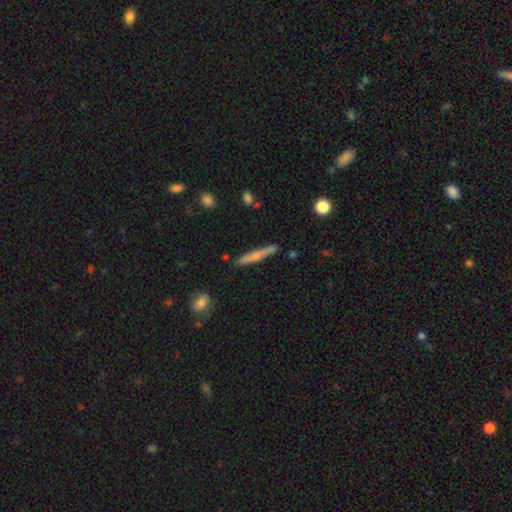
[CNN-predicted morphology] A smooth galaxy with no disk features (49%).

Vote fractions:
- Smooth or featured? smooth: 49% / featured or disk: 45% / star or artifact: 6%
- Merging? none: 85% / minor disturbance: 10% / merger: 3% / major disturbance: 2%